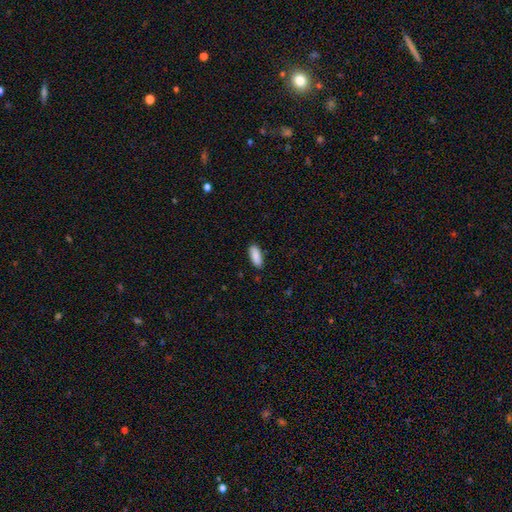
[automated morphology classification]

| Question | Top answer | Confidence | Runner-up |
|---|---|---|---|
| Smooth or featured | smooth | 88% | star or artifact (6%) |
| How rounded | in between | 76% | cigar-shaped (22%) |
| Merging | none | 86% | minor disturbance (10%) |